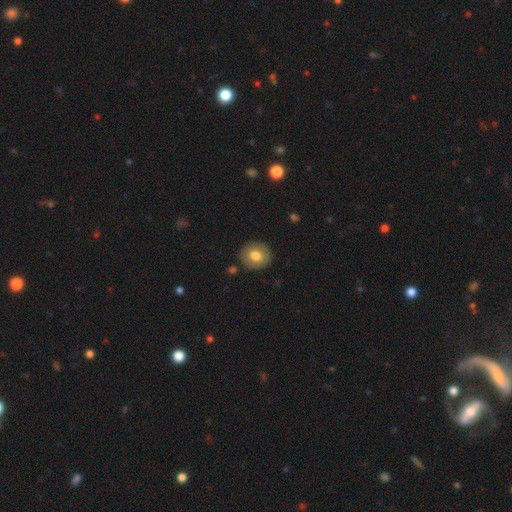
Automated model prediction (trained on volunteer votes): Smooth or featured? Predicted: smooth (p=0.75). How rounded? Predicted: round (p=0.80). Merging? Predicted: none (p=0.87).